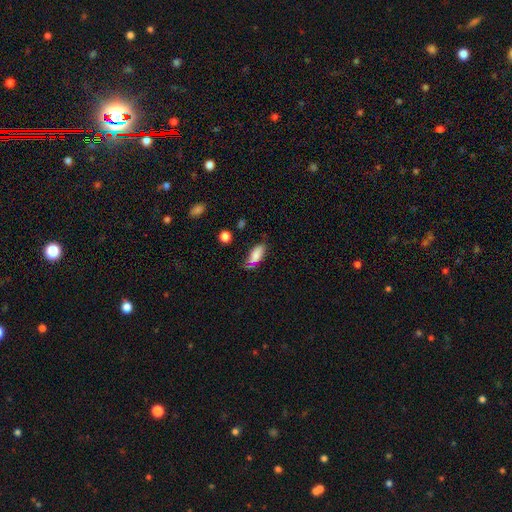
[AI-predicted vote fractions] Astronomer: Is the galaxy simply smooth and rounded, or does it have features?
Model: smooth — 79%.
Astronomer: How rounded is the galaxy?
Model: in between — 84%.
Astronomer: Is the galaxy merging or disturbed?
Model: none — 59%.